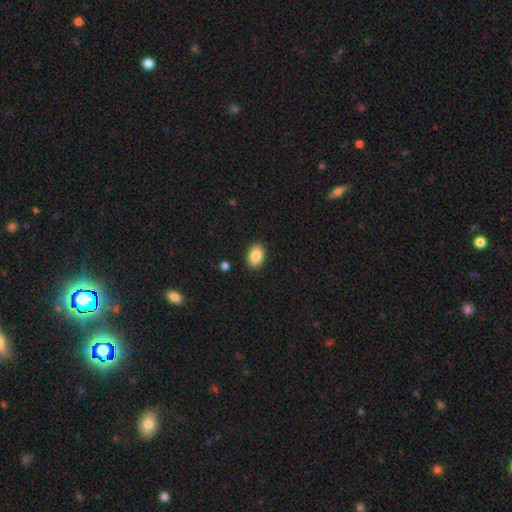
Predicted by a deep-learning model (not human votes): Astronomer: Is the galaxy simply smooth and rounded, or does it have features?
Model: smooth — 87%.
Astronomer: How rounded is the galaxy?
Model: in between — 85%.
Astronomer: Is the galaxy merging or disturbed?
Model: none — 90%.